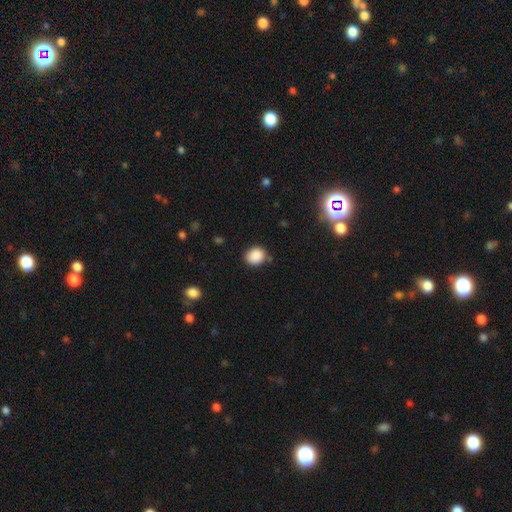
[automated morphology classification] The model was most divided on "how rounded": round: 68%, in between: 31%, cigar-shaped: 1%. More confident: smooth or featured — smooth (87%); merging — none (80%).